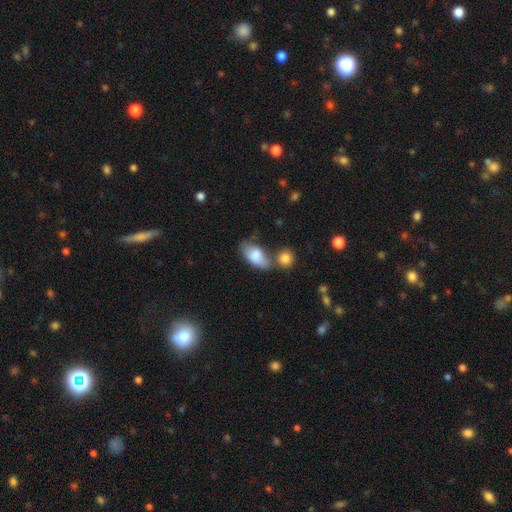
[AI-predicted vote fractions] This is clearly a smooth galaxy (82%). How rounded: clearly in between (91%). Merging: marginally none (45%).